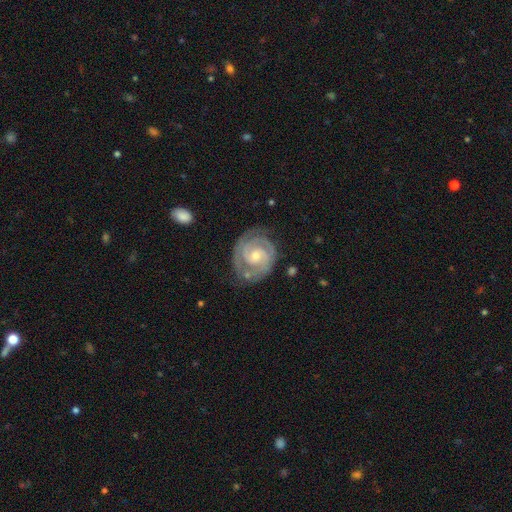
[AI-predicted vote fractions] Smooth or featured? featured or disk (89%)
Edge-on disk? no (98%)
Bar? no (52%)
Spiral arms? yes (98%)
Spiral winding? tight (70%)
Spiral arm count? 2 (68%)
Bulge size? small (50%)
Merging? none (74%)